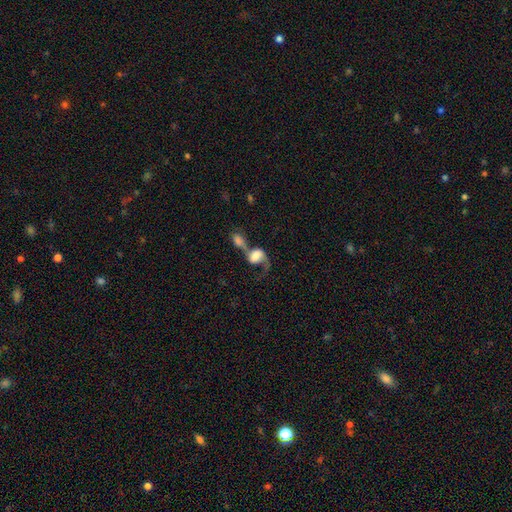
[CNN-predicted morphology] This is possibly a featured or disk galaxy (48%). Merging: likely merger (70%).